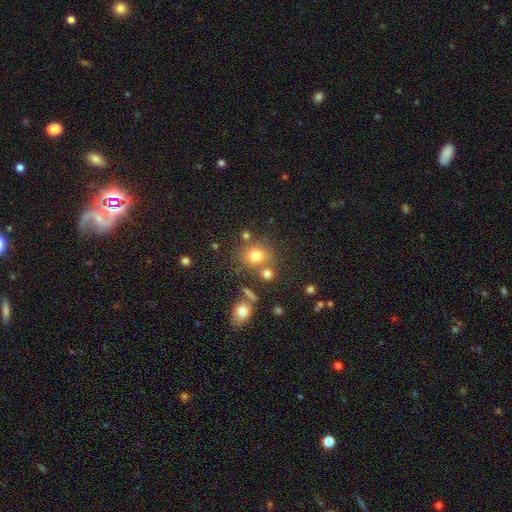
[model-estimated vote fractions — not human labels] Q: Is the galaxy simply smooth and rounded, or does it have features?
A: smooth — 73%.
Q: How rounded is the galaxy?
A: round — 73%.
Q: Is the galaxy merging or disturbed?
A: none — 65%.